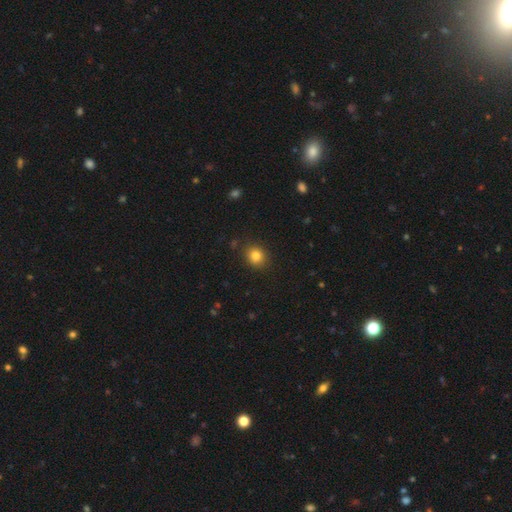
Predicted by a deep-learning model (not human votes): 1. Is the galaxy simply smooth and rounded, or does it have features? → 83% smooth, 11% star or artifact, 6% featured or disk.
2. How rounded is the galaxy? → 73% round, 26% in between, 1% cigar-shaped.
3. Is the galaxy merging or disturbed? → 88% none, 9% minor disturbance, 2% major disturbance, 1% merger.